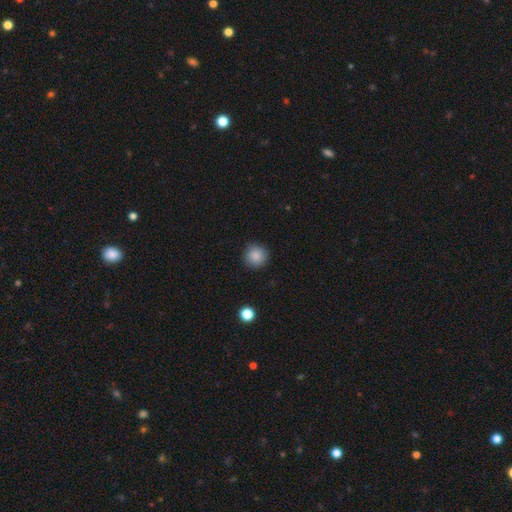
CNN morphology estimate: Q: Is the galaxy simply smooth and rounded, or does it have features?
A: smooth — 87%.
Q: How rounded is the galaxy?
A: round — 94%.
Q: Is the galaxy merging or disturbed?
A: none — 89%.